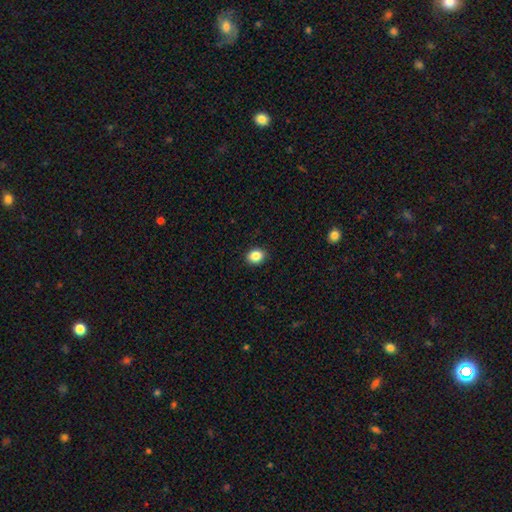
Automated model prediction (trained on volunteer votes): smooth-or-featured: smooth: 86% | star or artifact: 9% | featured or disk: 5%
  how-rounded: round: 57% | in between: 42% | cigar-shaped: 1%
  merging: none: 91% | minor disturbance: 7% | major disturbance: 2% | merger: 1%